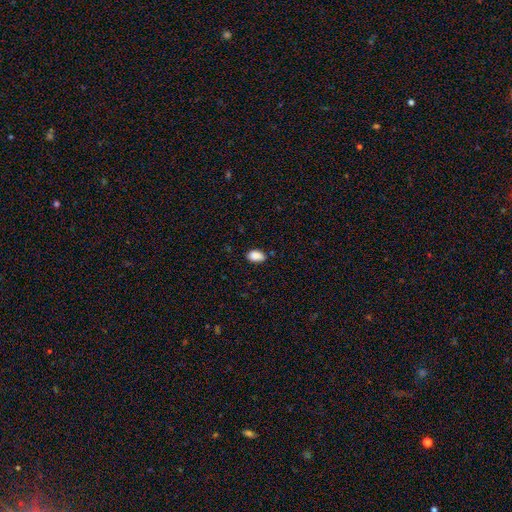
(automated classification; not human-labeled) Q: Smooth or featured?
A: smooth (88%); runner-up: star or artifact (8%)
Q: How rounded?
A: in between (89%); runner-up: round (10%)
Q: Merging?
A: none (77%); runner-up: minor disturbance (18%)